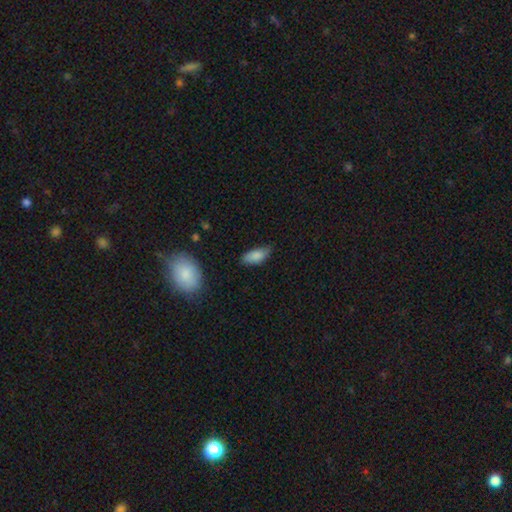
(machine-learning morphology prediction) type=smooth (85%); roundness=in between (85%); merging=none (68%).